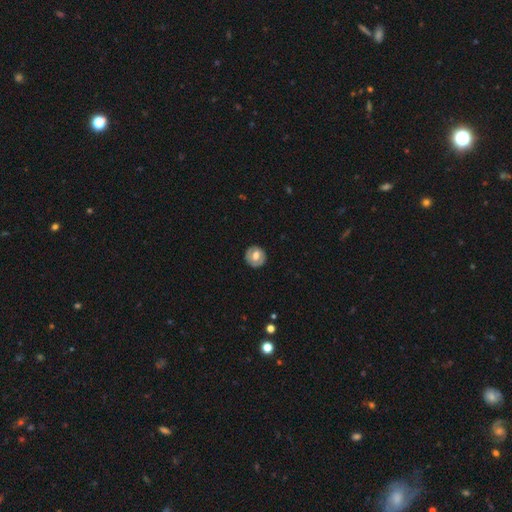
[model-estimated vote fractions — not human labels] smooth_or_featured: smooth (p=0.54) [alt: featured or disk p=0.40]
how_rounded: round (p=0.89) [alt: in between p=0.10]
merging: none (p=0.88) [alt: minor disturbance p=0.09]